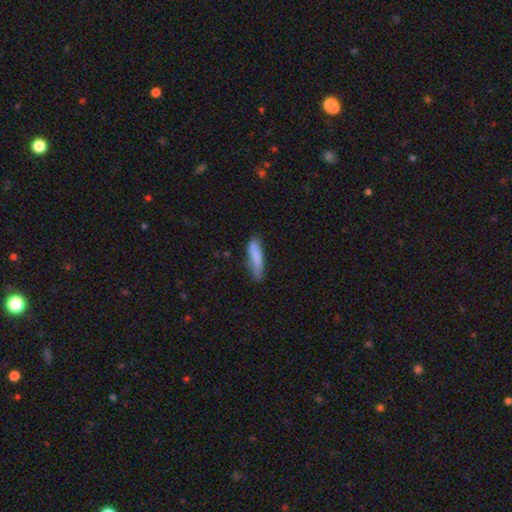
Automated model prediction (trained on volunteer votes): smooth-or-featured: smooth: 80% | featured or disk: 13% | star or artifact: 6%
  how-rounded: cigar-shaped: 70% | in between: 29% | round: 2%
  merging: none: 59% | minor disturbance: 31% | major disturbance: 7% | merger: 3%